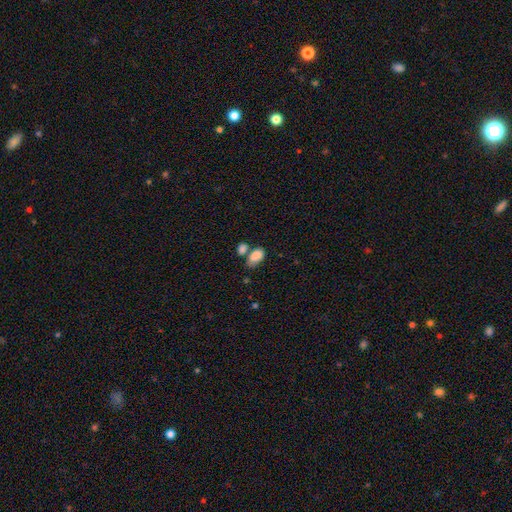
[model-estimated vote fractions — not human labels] Morphology: type=smooth (85%); roundness=in between (91%); merging=merger (41%).